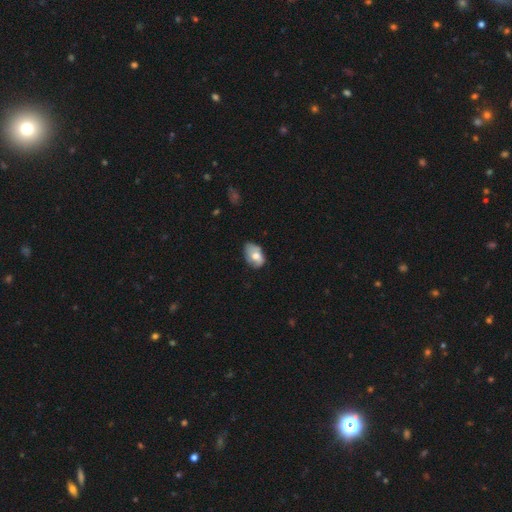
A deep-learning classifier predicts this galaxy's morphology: The model was most divided on "merging": none: 50%, minor disturbance: 37%, major disturbance: 11%, merger: 2%. More confident: how rounded — in between (85%); smooth or featured — smooth (65%).